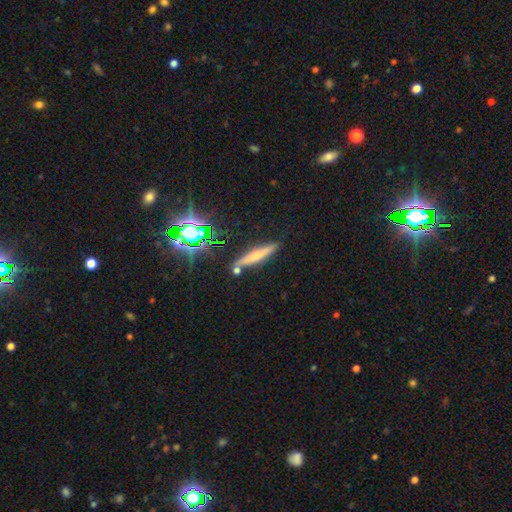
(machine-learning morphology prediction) smooth 53%, featured or disk 31%, star or artifact 16%. Down the decision tree: how rounded — cigar-shaped (88%); merging — none (77%).